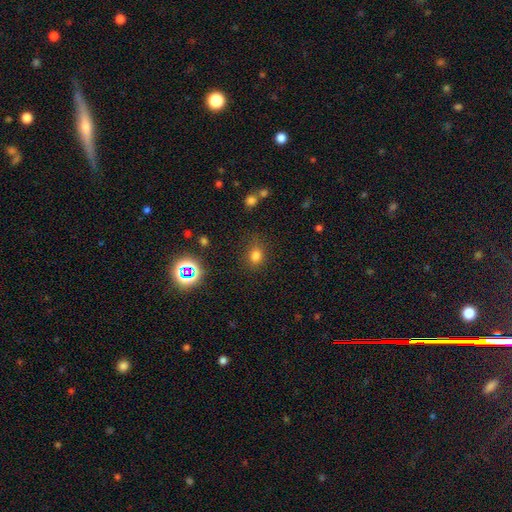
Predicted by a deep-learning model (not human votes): smooth_or_featured: smooth (p=0.76) [alt: star or artifact p=0.18]
how_rounded: round (p=0.55) [alt: in between p=0.44]
merging: none (p=0.76) [alt: minor disturbance p=0.15]